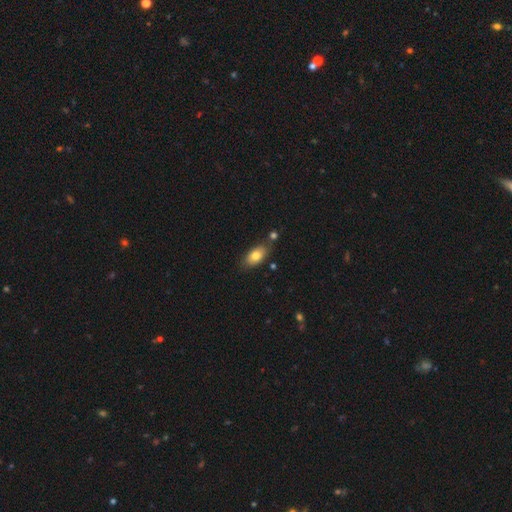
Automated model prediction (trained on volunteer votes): smooth-or-featured: smooth: 79% | featured or disk: 14% | star or artifact: 7%
  how-rounded: in between: 91% | round: 5% | cigar-shaped: 4%
  merging: none: 71% | minor disturbance: 16% | merger: 10% | major disturbance: 4%